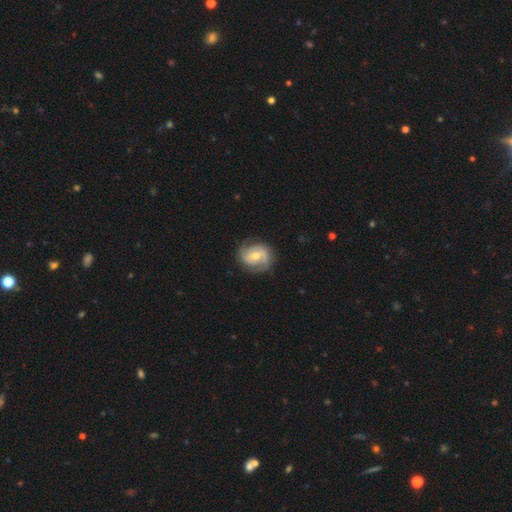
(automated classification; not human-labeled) Smooth or featured? featured or disk (75%)
Edge-on disk? no (98%)
Bar? weak (45%)
Spiral arms? yes (91%)
Spiral winding? medium (42%)
Spiral arm count? 2 (76%)
Bulge size? moderate (63%)
Merging? none (76%)